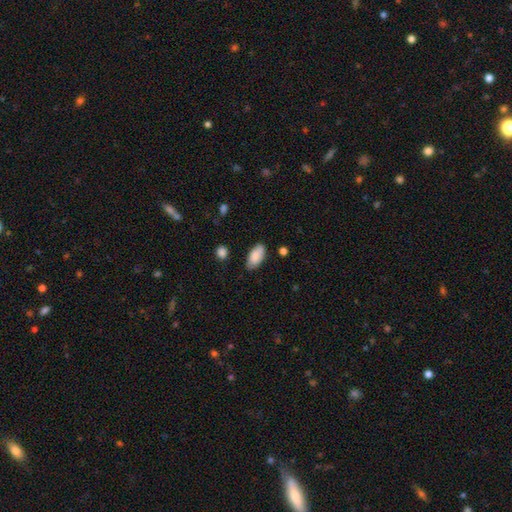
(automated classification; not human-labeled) This appears to be a smooth galaxy with no disk features (84%) that is in between round and cigar-shaped (93%). Merging: none (78%).